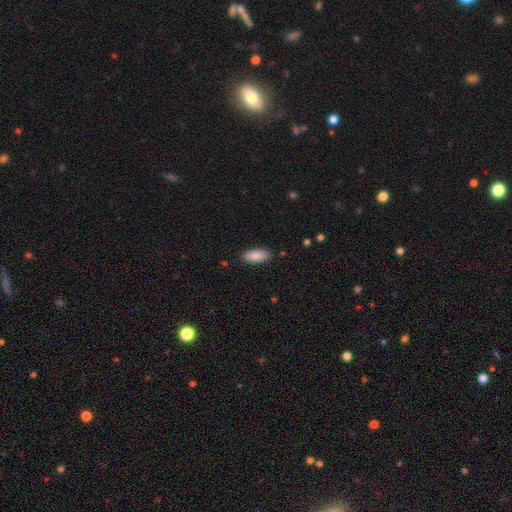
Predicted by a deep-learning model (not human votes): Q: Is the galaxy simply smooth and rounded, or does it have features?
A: smooth — 89%.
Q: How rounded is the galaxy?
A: in between — 81%.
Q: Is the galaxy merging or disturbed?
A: none — 88%.